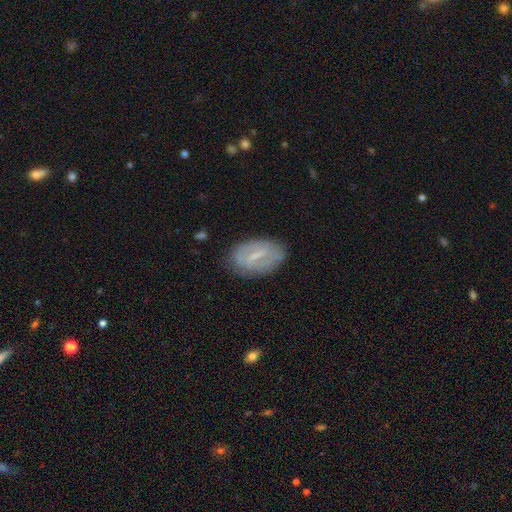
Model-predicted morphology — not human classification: The model was most divided on "bar": strong: 45%, weak: 43%, no: 12%. More confident: edge-on disk — no (91%); merging — none (77%); smooth or featured — featured or disk (57%); spiral arms — no (55%); bulge size — small (55%).